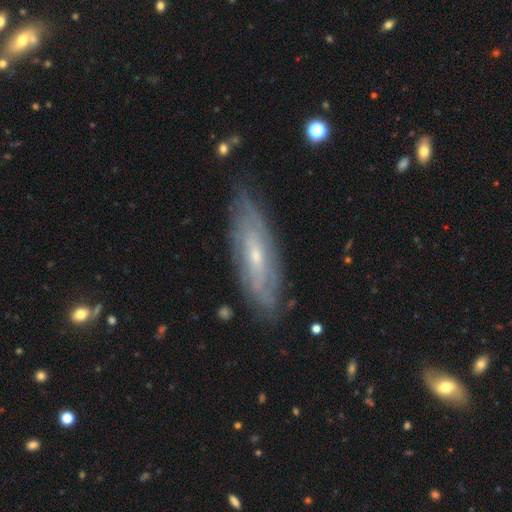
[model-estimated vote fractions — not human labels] This appears to be a featured or disk galaxy (72%) with no bar (57%), spiral arms (81%) and a small central bulge (67%). Merging: none (78%).